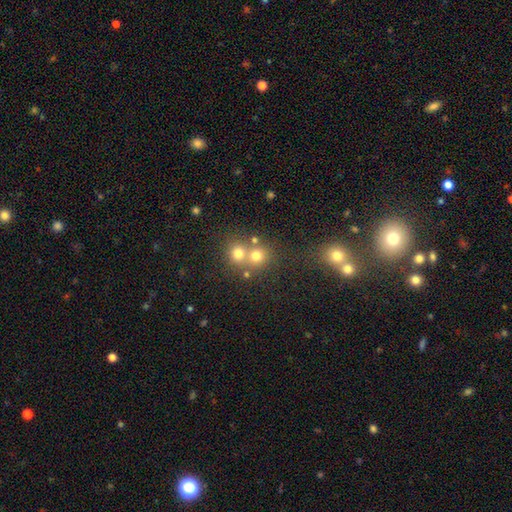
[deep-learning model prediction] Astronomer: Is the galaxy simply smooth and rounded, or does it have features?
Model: smooth — 71%.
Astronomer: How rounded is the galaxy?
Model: round — 85%.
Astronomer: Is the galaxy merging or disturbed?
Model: none — 47% (runner-up: merger, 45%).